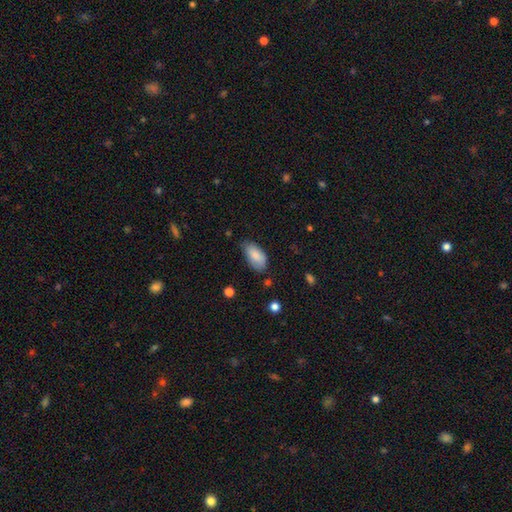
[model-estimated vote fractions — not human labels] smooth-or-featured: smooth: 85% | featured or disk: 8% | star or artifact: 7%
  how-rounded: in between: 93% | cigar-shaped: 4% | round: 3%
  merging: none: 61% | minor disturbance: 31% | major disturbance: 6% | merger: 2%